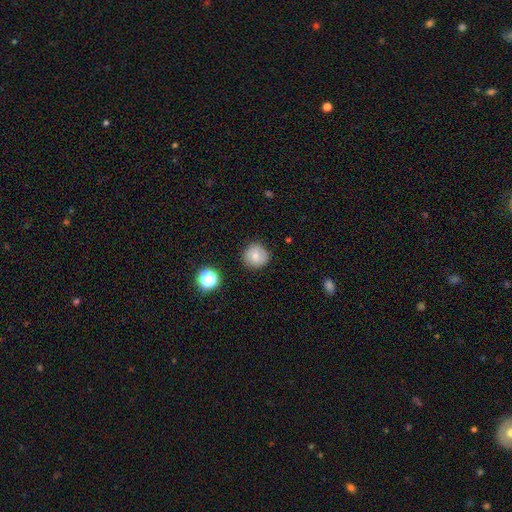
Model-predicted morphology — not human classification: Overall: smooth (77%). How rounded: round (93%). Merging: none (86%).